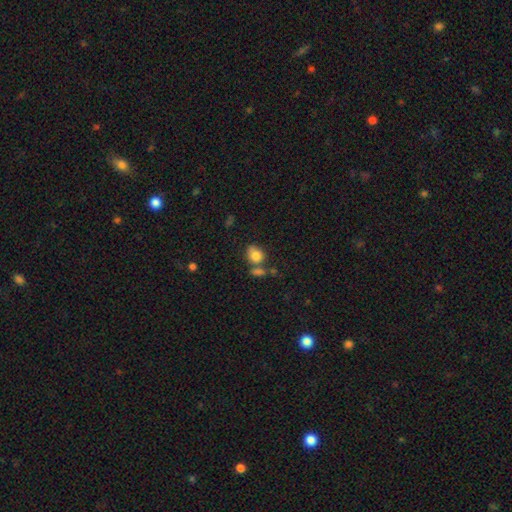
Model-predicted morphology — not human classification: smooth 80%, featured or disk 10%, star or artifact 10%. Down the decision tree: how rounded — round (55%); merging — none (48%).